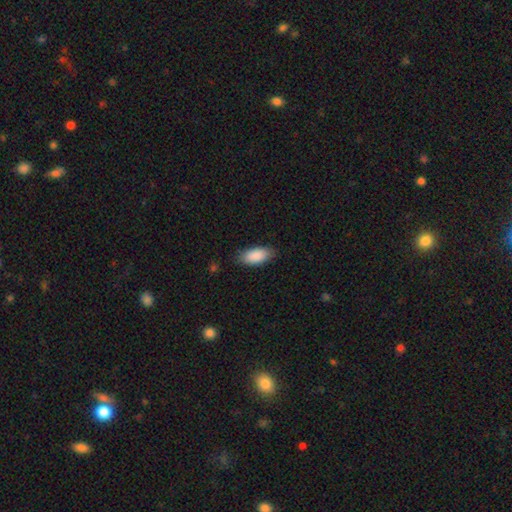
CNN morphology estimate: type=smooth (90%); roundness=in between (90%); merging=none (83%).